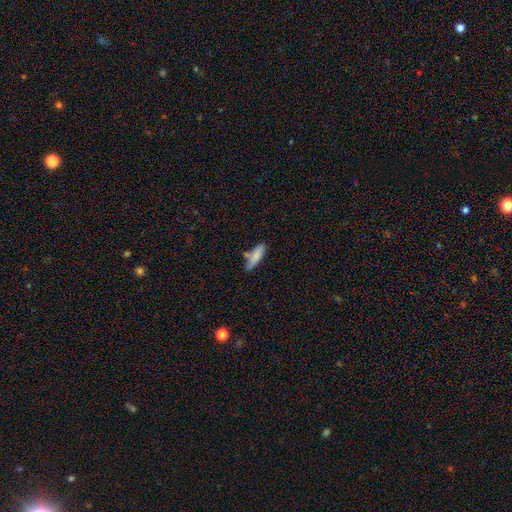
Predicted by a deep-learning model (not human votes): Q: Smooth or featured?
A: smooth (80%); runner-up: featured or disk (13%)
Q: How rounded?
A: cigar-shaped (55%); runner-up: in between (44%)
Q: Merging?
A: none (57%); runner-up: minor disturbance (23%)